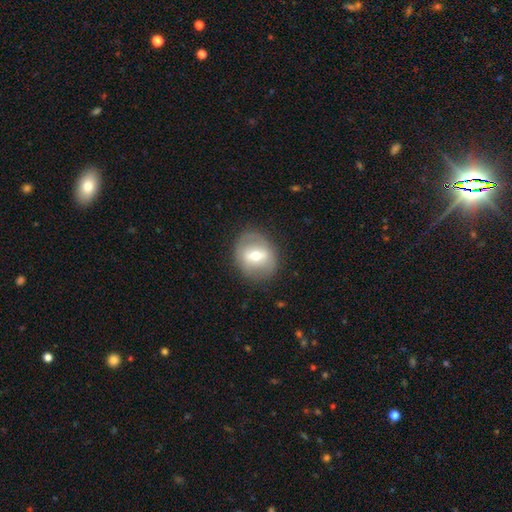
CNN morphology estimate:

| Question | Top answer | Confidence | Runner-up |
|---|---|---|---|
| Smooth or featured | featured or disk | 53% | smooth (40%) |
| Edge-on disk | no | 91% | yes (9%) |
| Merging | none | 80% | minor disturbance (13%) |